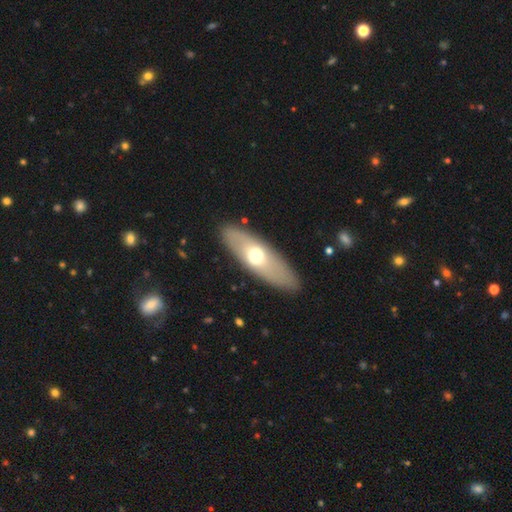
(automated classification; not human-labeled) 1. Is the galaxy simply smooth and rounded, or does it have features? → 49% smooth, 45% featured or disk, 6% star or artifact.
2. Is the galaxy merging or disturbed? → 87% none, 9% minor disturbance, 2% major disturbance, 1% merger.